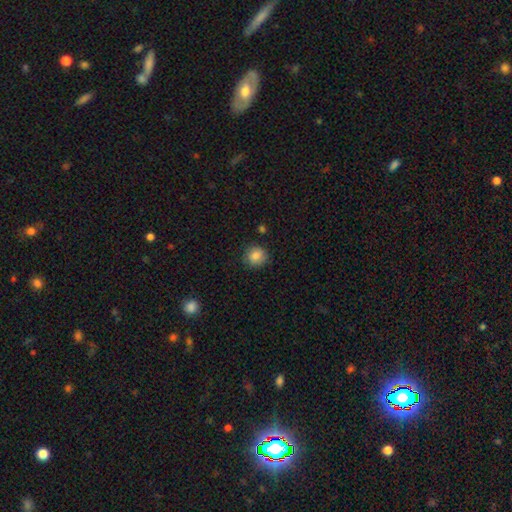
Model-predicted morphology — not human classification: smooth-or-featured: smooth: 84% | star or artifact: 9% | featured or disk: 7%
  how-rounded: round: 88% | in between: 11% | cigar-shaped: 1%
  merging: none: 84% | minor disturbance: 12% | major disturbance: 3% | merger: 2%